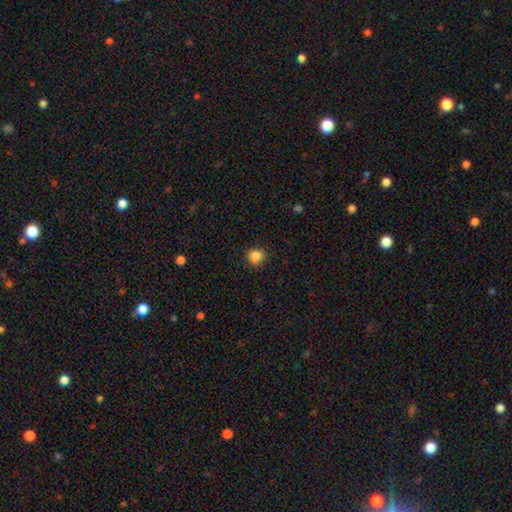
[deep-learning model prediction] smooth-or-featured: smooth: 84% | star or artifact: 11% | featured or disk: 5%
  how-rounded: round: 86% | in between: 13% | cigar-shaped: 1%
  merging: none: 78% | minor disturbance: 17% | major disturbance: 3% | merger: 2%